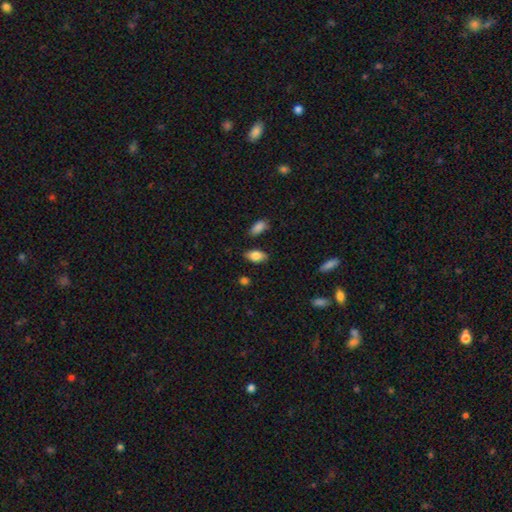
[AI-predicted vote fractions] smooth-or-featured: smooth: 83% | featured or disk: 9% | star or artifact: 7%
  how-rounded: in between: 92% | round: 5% | cigar-shaped: 3%
  merging: none: 81% | minor disturbance: 13% | merger: 3% | major disturbance: 3%